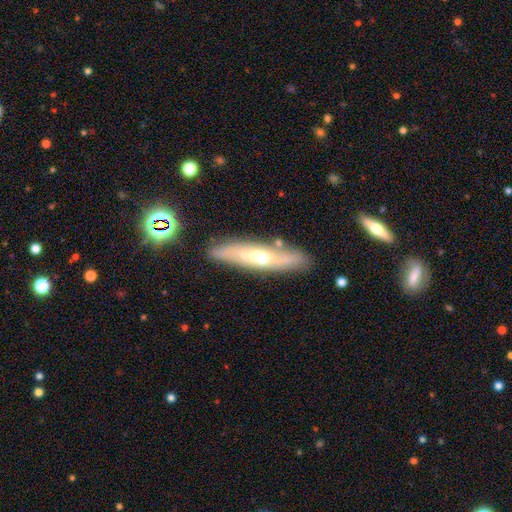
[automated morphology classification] Overall: featured or disk (61%; smooth 31%). Edge-on disk: yes (61%; no 39%). Merging: none (78%).